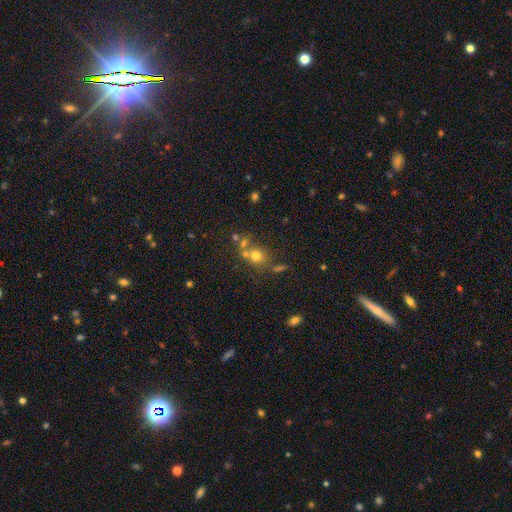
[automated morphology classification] smooth_or_featured: smooth (p=0.67) [alt: star or artifact p=0.19]
how_rounded: round (p=0.82) [alt: in between p=0.17]
merging: none (p=0.57) [alt: merger p=0.26]